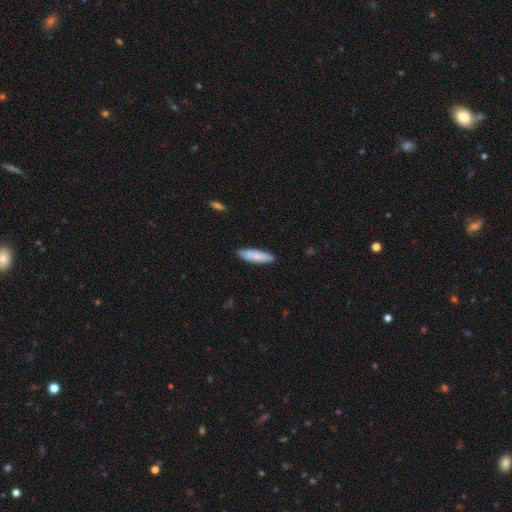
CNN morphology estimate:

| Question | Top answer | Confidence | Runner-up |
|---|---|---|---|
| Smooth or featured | smooth | 75% | featured or disk (19%) |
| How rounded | cigar-shaped | 59% | in between (40%) |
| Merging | none | 79% | minor disturbance (16%) |